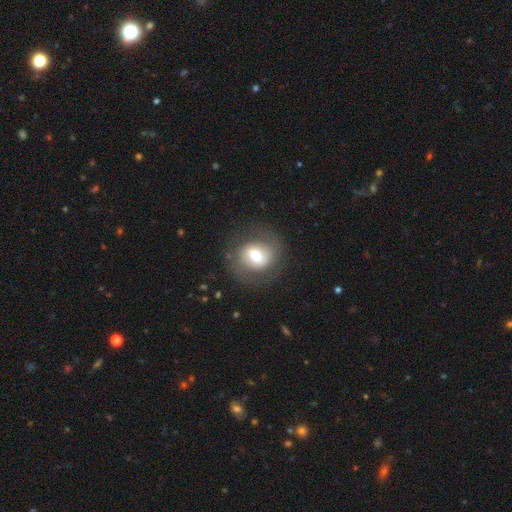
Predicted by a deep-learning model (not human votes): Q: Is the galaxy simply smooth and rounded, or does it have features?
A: smooth — 51%.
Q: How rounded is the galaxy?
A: round — 74%.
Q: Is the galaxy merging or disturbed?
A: none — 77%.